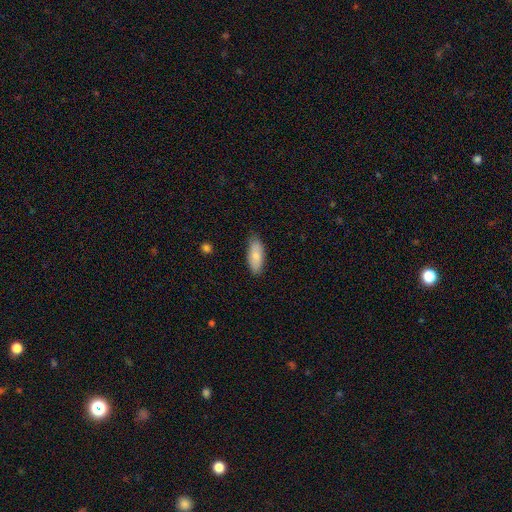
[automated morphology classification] type=smooth (81%); roundness=in between (78%); merging=none (83%).